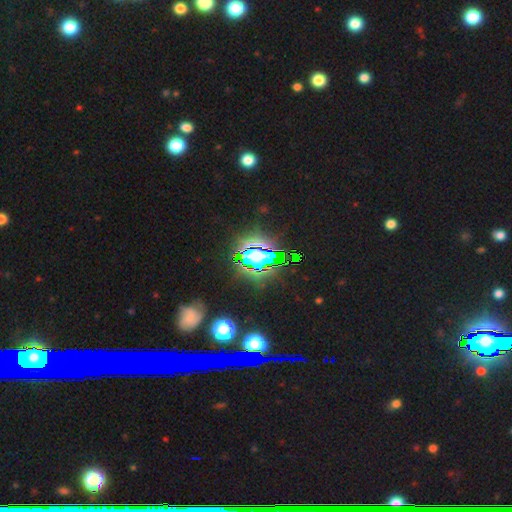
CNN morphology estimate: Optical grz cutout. It shows a star or artifact, not a galaxy (69%).